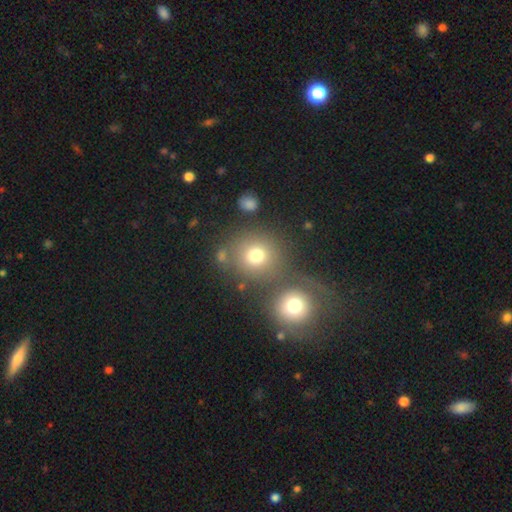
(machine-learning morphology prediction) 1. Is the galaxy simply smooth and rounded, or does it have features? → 74% smooth, 14% star or artifact, 12% featured or disk.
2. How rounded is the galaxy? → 86% round, 13% in between, 1% cigar-shaped.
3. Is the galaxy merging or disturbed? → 62% none, 24% merger, 9% minor disturbance, 5% major disturbance.